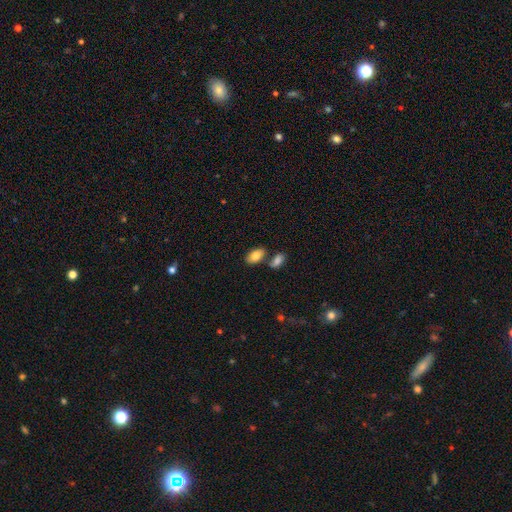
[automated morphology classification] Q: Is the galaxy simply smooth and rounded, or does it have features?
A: smooth — 82%.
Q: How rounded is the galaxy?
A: in between — 92%.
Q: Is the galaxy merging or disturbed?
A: none — 65%.